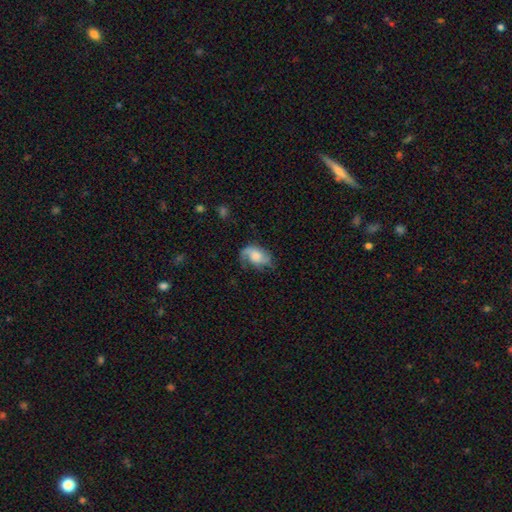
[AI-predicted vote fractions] Smooth or featured: featured or disk — 55% (smooth — 37%)
Edge-on disk: no — 96% (yes — 4%)
Bar: no — 70% (weak — 25%)
Spiral arms: yes — 86% (no — 14%)
Bulge size: large — 35% (moderate — 29%)
Merging: none — 49% (minor disturbance — 28%)